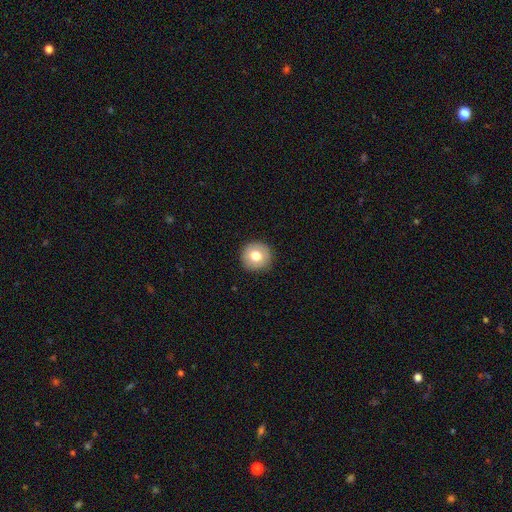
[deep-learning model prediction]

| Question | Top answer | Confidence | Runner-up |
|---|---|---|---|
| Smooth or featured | smooth | 75% | featured or disk (17%) |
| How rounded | round | 94% | in between (5%) |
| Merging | none | 91% | minor disturbance (6%) |